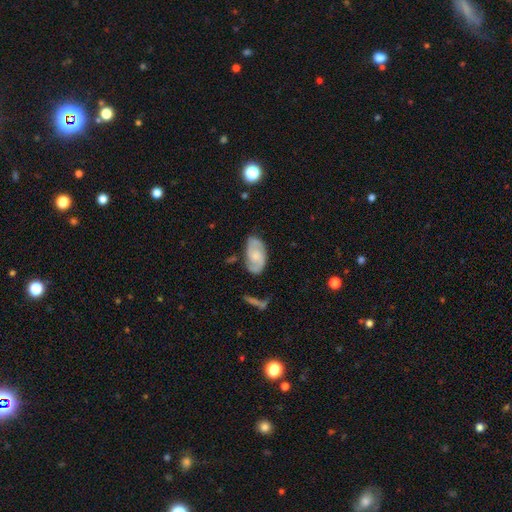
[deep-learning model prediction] Morphology: type=featured or disk (68%); edge-on=no (96%); bar=no (63%); spiral arms=yes (91%); winding=medium (47%); arm count=2 (83%); bulge=small (42%); merging=none (74%).